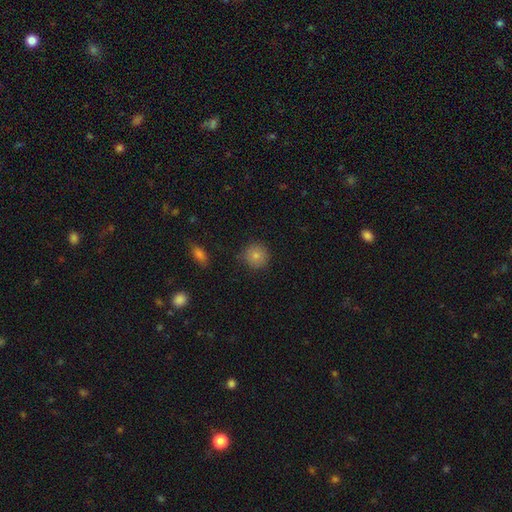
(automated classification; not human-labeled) Smooth or featured? smooth (81%)
How rounded? round (93%)
Merging? none (84%)